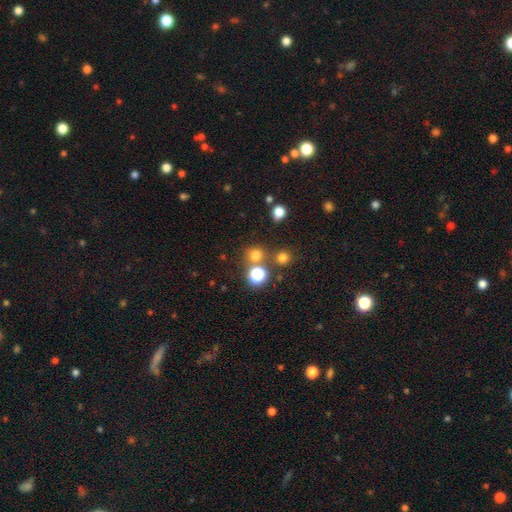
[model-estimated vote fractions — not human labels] smooth-or-featured: smooth: 69% | star or artifact: 25% | featured or disk: 7%
  how-rounded: round: 88% | in between: 10% | cigar-shaped: 1%
  merging: none: 73% | merger: 15% | minor disturbance: 8% | major disturbance: 4%